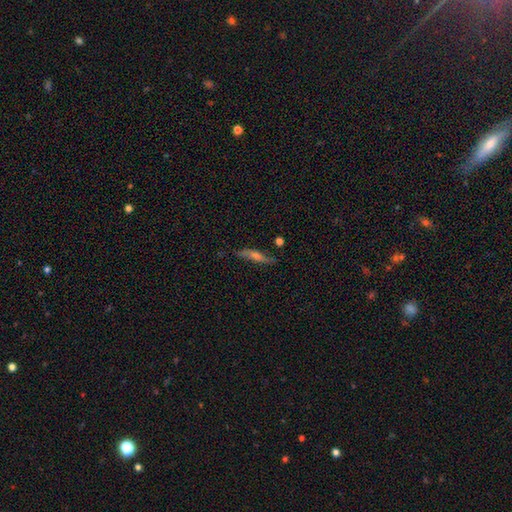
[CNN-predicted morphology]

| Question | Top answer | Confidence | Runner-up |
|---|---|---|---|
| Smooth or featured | featured or disk | 60% | smooth (30%) |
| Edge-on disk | yes | 71% | no (29%) |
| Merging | none | 74% | minor disturbance (18%) |